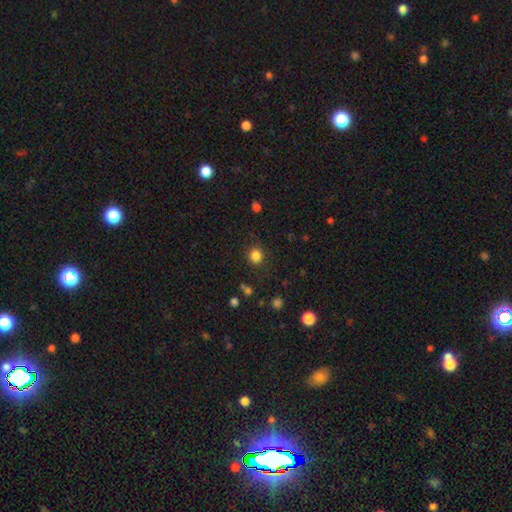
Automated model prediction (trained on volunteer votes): This is clearly a smooth galaxy (83%). How rounded: clearly round (89%). Merging: clearly none (86%).